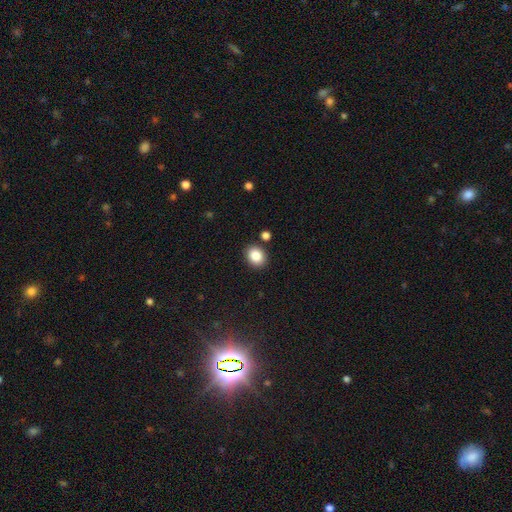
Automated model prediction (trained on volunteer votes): Smooth or featured?
  - smooth: 87% *
  - star or artifact: 9%
  - featured or disk: 5%
How rounded?
  - round: 54% *
  - in between: 45%
  - cigar-shaped: 1%
Merging?
  - none: 86% *
  - minor disturbance: 8%
  - merger: 4%
  - major disturbance: 2%